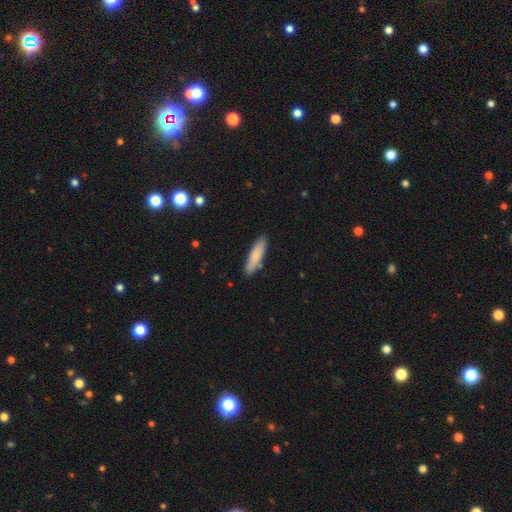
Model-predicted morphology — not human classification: A smooth galaxy with no disk features (83%) that is cigar-shaped (67%). Merging: none (85%).